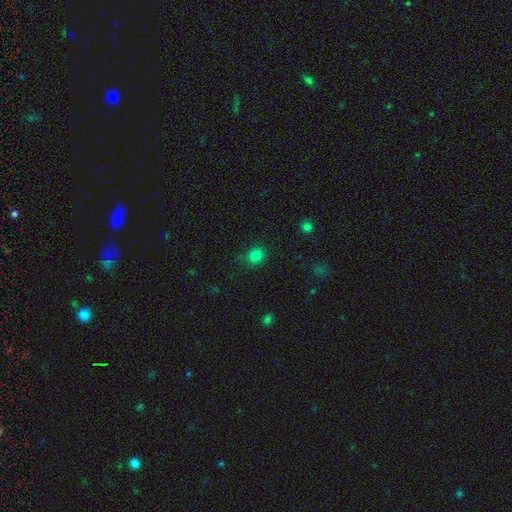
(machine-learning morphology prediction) smooth-or-featured: smooth: 82% | star or artifact: 13% | featured or disk: 5%
  how-rounded: round: 72% | in between: 27% | cigar-shaped: 1%
  merging: none: 83% | minor disturbance: 12% | major disturbance: 3% | merger: 2%